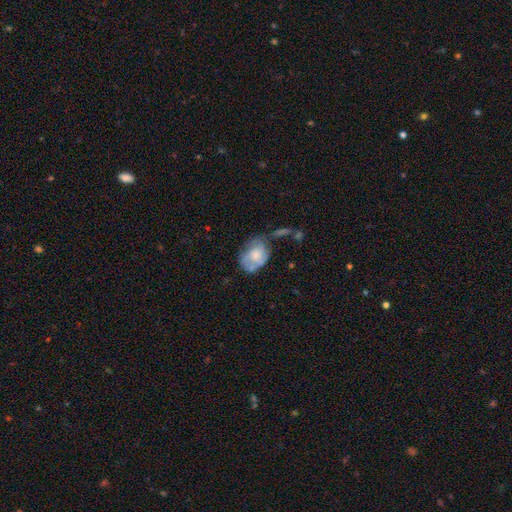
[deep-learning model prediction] smooth-or-featured: smooth: 51% | featured or disk: 42% | star or artifact: 7%
  how-rounded: in between: 70% | round: 29% | cigar-shaped: 1%
  merging: none: 36% | minor disturbance: 32% | major disturbance: 22% | merger: 10%